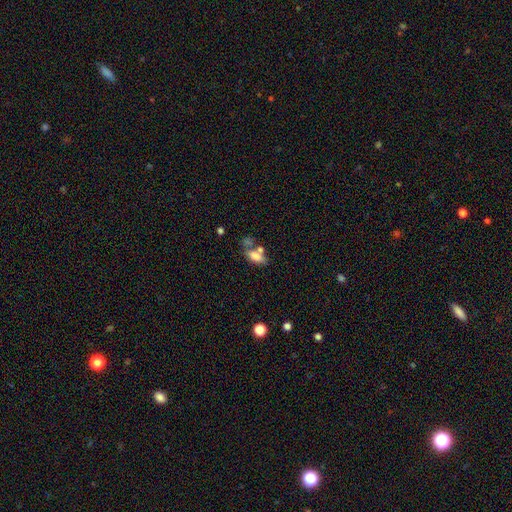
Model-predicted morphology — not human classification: Smooth or featured?
  - smooth: 74% *
  - featured or disk: 17%
  - star or artifact: 9%
How rounded?
  - in between: 78% *
  - cigar-shaped: 18%
  - round: 4%
Merging?
  - none: 42% *
  - merger: 34%
  - minor disturbance: 16%
  - major disturbance: 9%